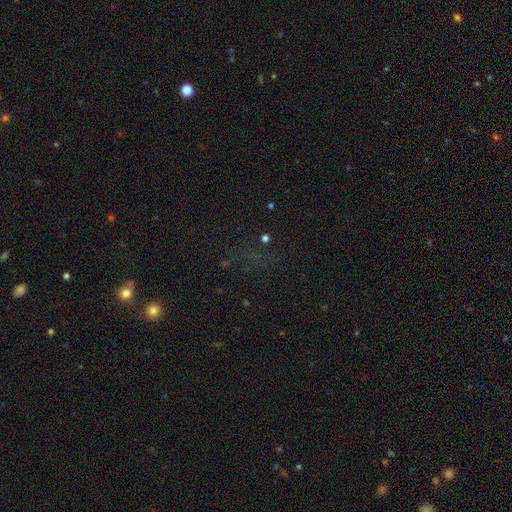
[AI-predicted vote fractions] Smooth or featured: star or artifact — 64% (smooth — 24%)